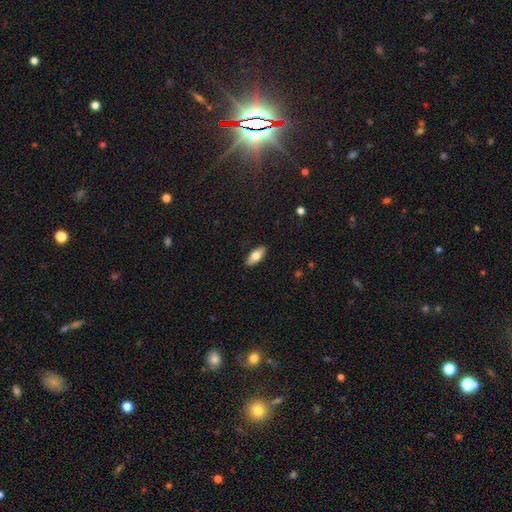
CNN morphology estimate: smooth 72%, featured or disk 21%, star or artifact 6%. Down the decision tree: how rounded — in between (82%); merging — none (89%).